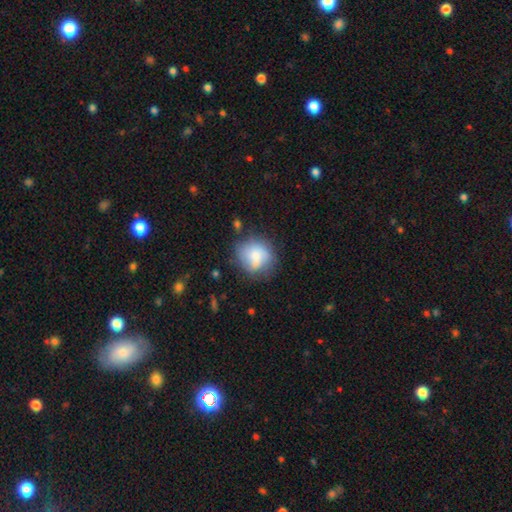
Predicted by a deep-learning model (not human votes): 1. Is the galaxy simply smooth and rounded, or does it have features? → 68% smooth, 23% featured or disk, 9% star or artifact.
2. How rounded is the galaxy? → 79% round, 19% in between, 1% cigar-shaped.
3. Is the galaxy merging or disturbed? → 54% none, 25% minor disturbance, 12% major disturbance, 9% merger.